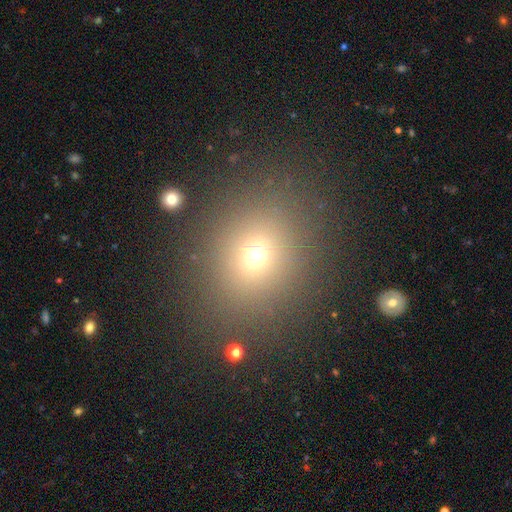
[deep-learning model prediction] Smooth or featured?
  - smooth: 66% *
  - star or artifact: 23%
  - featured or disk: 10%
How rounded?
  - round: 72% *
  - in between: 27%
  - cigar-shaped: 1%
Merging?
  - none: 87% *
  - minor disturbance: 7%
  - major disturbance: 4%
  - merger: 2%